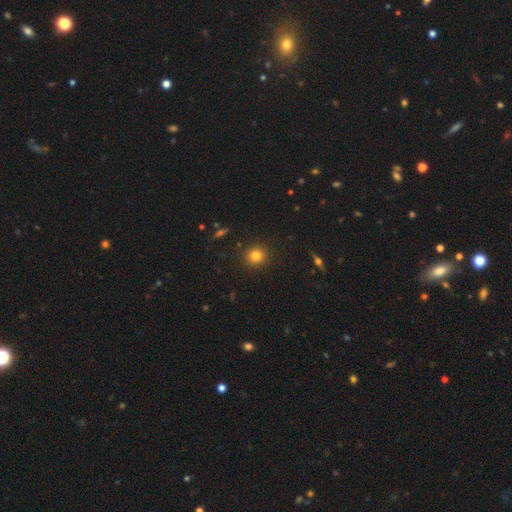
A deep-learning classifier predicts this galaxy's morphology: Smooth or featured? smooth (80%)
How rounded? round (89%)
Merging? none (91%)